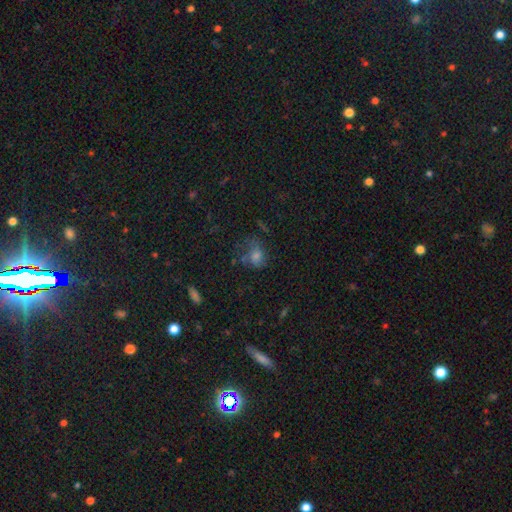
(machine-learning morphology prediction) This appears to be a smooth galaxy with no disk features (49%). Merging: none (45%).